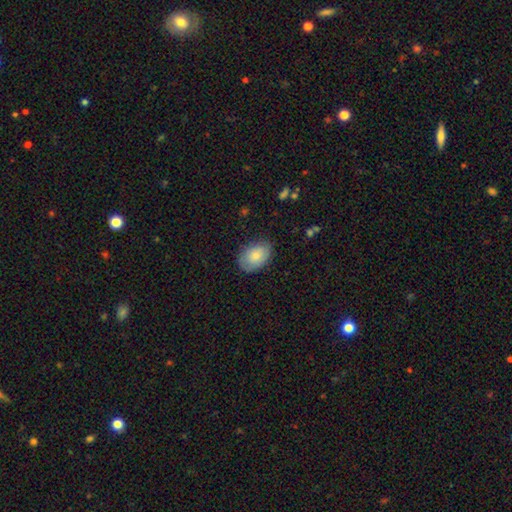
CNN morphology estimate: Q: Smooth or featured?
A: smooth (77%); runner-up: featured or disk (16%)
Q: How rounded?
A: in between (82%); runner-up: round (17%)
Q: Merging?
A: none (78%); runner-up: minor disturbance (17%)